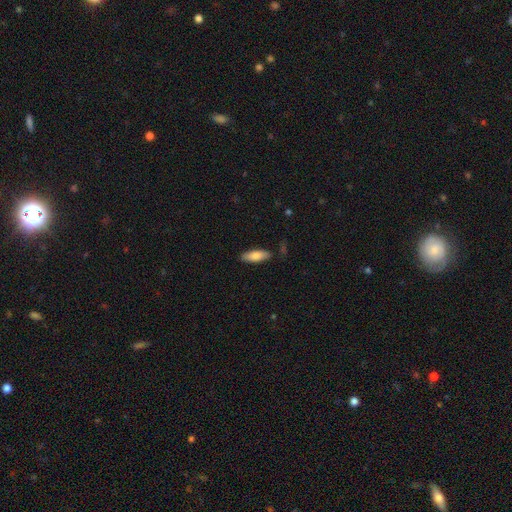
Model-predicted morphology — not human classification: smooth-or-featured: smooth: 78% | featured or disk: 16% | star or artifact: 6%
  how-rounded: in between: 61% | cigar-shaped: 37% | round: 2%
  merging: none: 84% | minor disturbance: 12% | major disturbance: 2% | merger: 2%